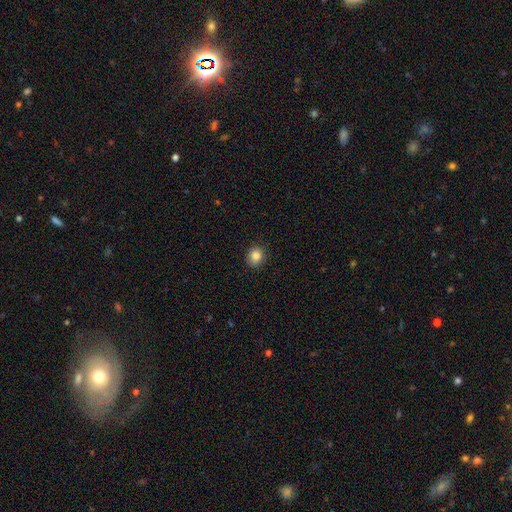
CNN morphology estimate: Smooth or featured? smooth (85%)
How rounded? round (72%)
Merging? none (89%)